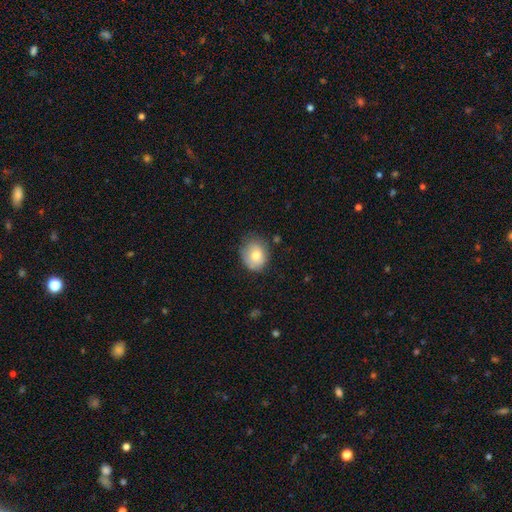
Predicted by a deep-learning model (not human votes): A smooth galaxy with no disk features (76%) that is round (61%). Merging: none (68%).